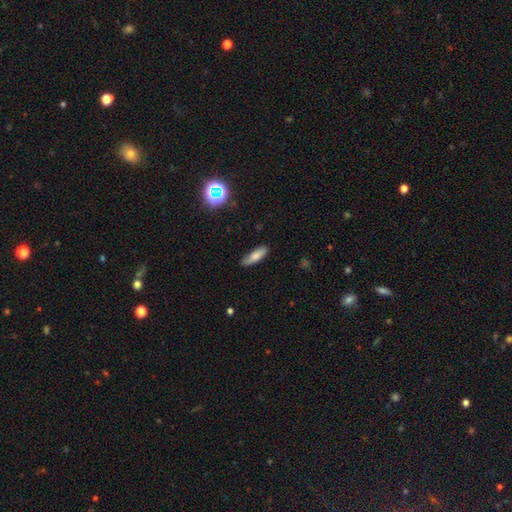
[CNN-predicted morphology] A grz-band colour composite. It shows a smooth galaxy with no disk features (74%) that is in between round and cigar-shaped (50%). Merging: none (79%).